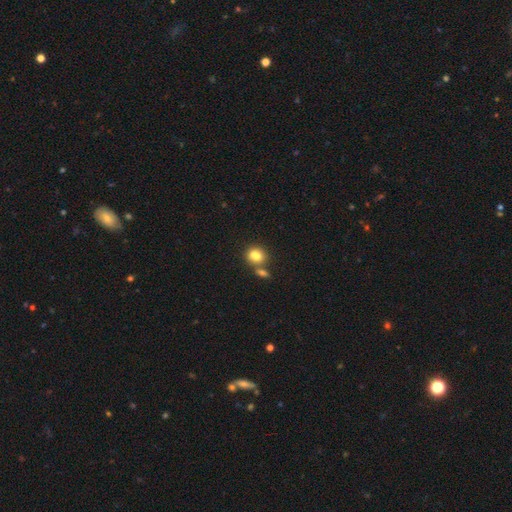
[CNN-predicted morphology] smooth-or-featured: smooth: 79% | featured or disk: 11% | star or artifact: 10%
  how-rounded: round: 53% | in between: 45% | cigar-shaped: 1%
  merging: none: 45% | merger: 39% | minor disturbance: 12% | major disturbance: 4%